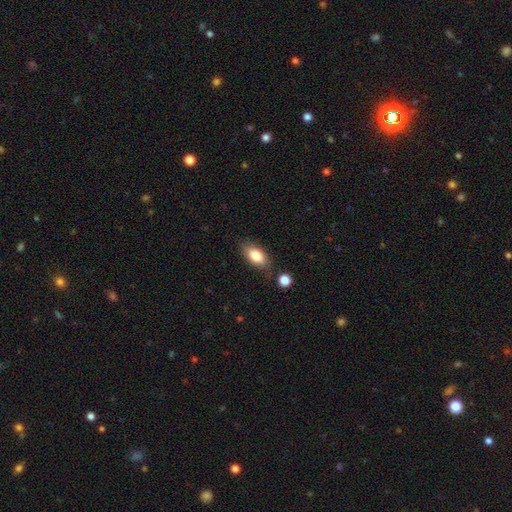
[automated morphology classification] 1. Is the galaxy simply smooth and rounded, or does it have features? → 82% smooth, 11% featured or disk, 7% star or artifact.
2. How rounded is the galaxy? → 89% in between, 5% round, 5% cigar-shaped.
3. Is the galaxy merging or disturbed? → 76% none, 16% minor disturbance, 4% merger, 4% major disturbance.